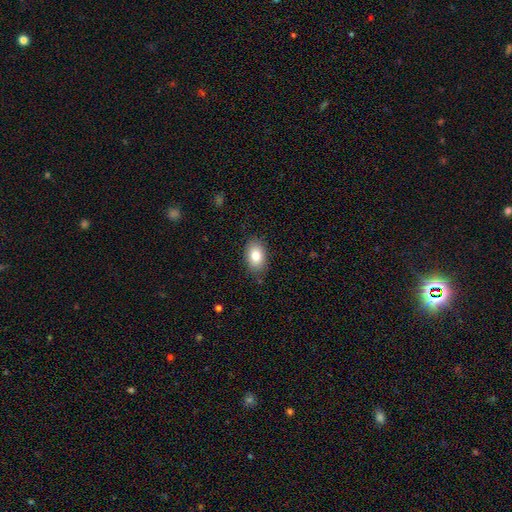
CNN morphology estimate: smooth_or_featured: smooth (p=0.81) [alt: featured or disk p=0.10]
how_rounded: in between (p=0.86) [alt: round p=0.12]
merging: none (p=0.85) [alt: minor disturbance p=0.11]